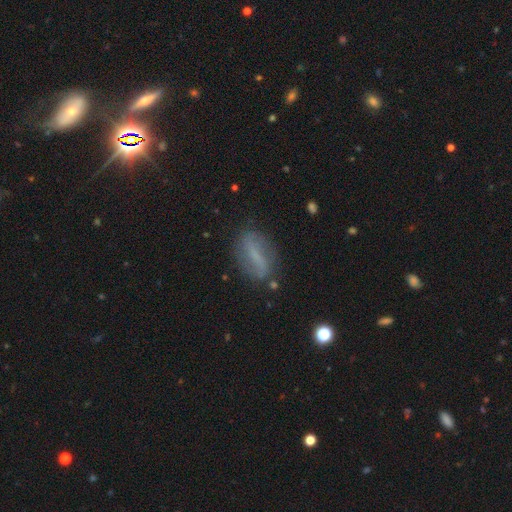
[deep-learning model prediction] smooth_or_featured: featured or disk (p=0.48) [alt: smooth p=0.42]
merging: none (p=0.77) [alt: minor disturbance p=0.15]